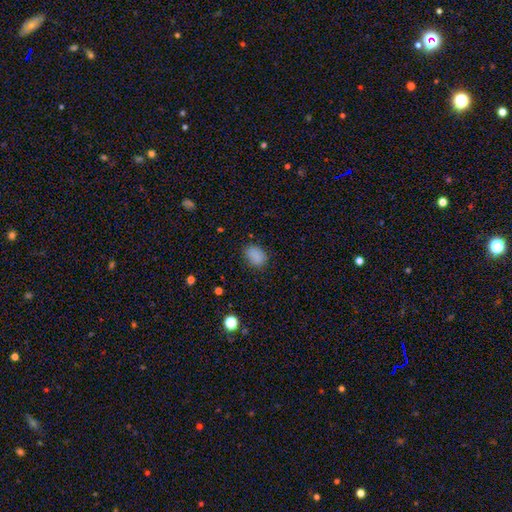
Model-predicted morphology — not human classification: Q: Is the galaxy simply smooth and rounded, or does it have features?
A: smooth — 85%.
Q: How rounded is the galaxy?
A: in between — 71%.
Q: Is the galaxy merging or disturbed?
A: none — 81%.